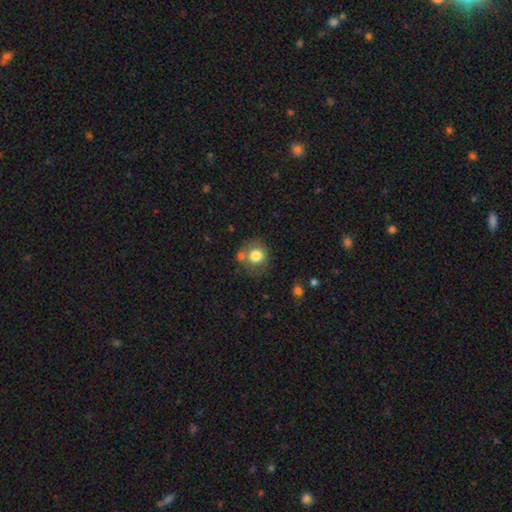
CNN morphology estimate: This appears to be a smooth galaxy with no disk features (78%) that is round (85%). Merging: none (58%).